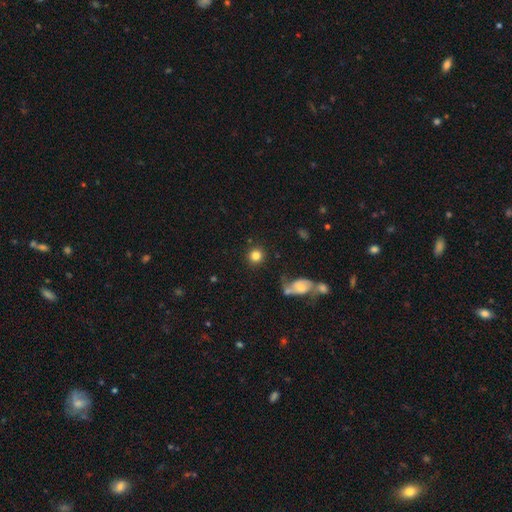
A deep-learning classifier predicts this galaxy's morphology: Smooth or featured?
  - smooth: 82% *
  - star or artifact: 9%
  - featured or disk: 9%
How rounded?
  - round: 93% *
  - in between: 6%
  - cigar-shaped: 1%
Merging?
  - none: 85% *
  - minor disturbance: 7%
  - merger: 5%
  - major disturbance: 3%